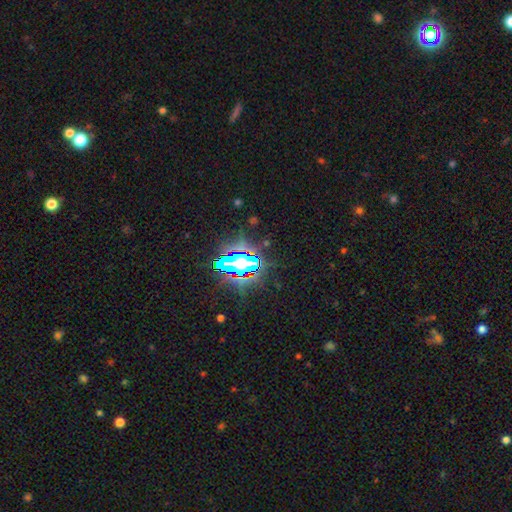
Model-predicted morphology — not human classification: Smooth or featured? Predicted: star or artifact (p=0.82).